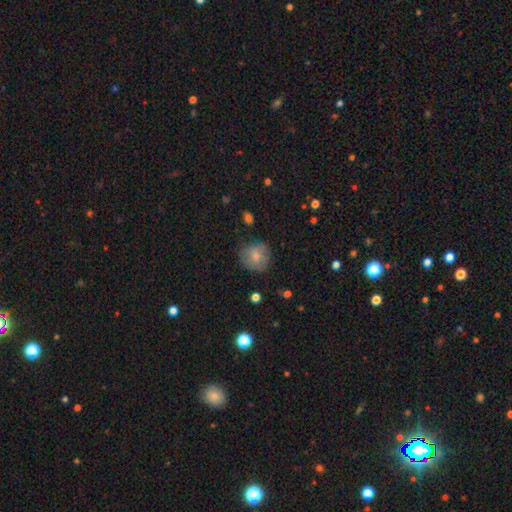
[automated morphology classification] Overall: smooth (72%). How rounded: round (87%). Merging: none (75%).